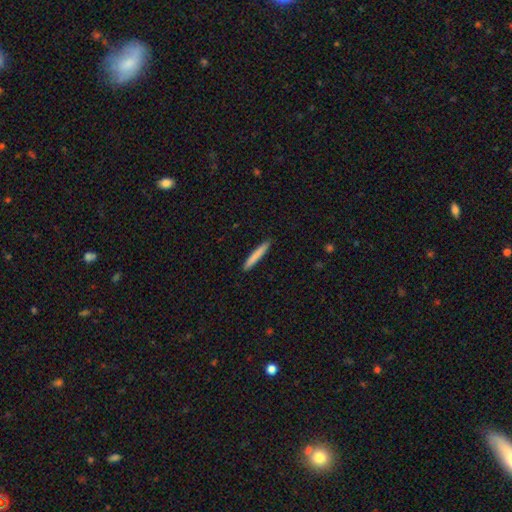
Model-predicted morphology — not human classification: type=smooth (80%); roundness=cigar-shaped (96%); merging=none (92%).